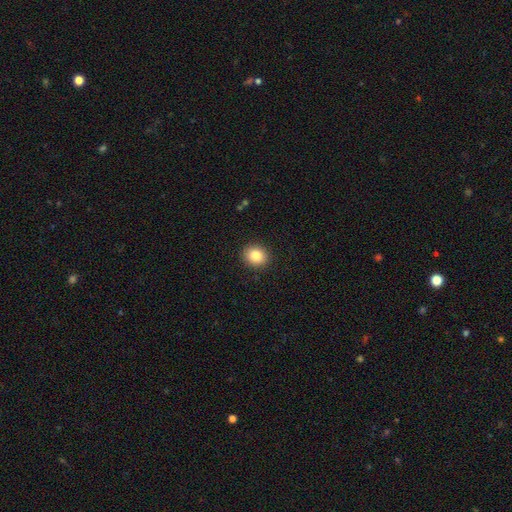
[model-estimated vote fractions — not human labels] smooth-or-featured: smooth: 84% | star or artifact: 9% | featured or disk: 7%
  how-rounded: round: 74% | in between: 25% | cigar-shaped: 1%
  merging: none: 91% | minor disturbance: 6% | major disturbance: 2% | merger: 1%